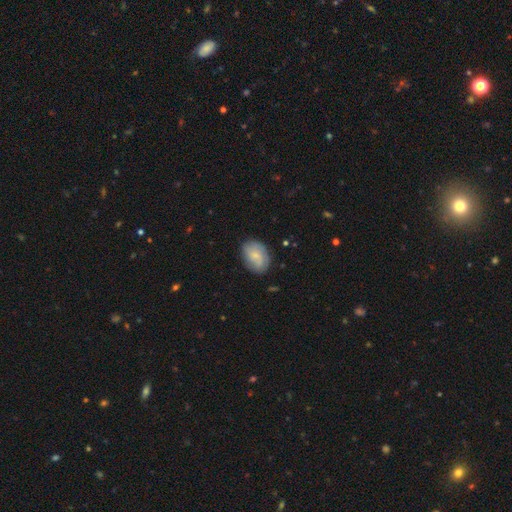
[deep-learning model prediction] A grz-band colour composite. It shows a smooth galaxy with no disk features (61%) that is in between round and cigar-shaped (79%). Merging: none (76%).